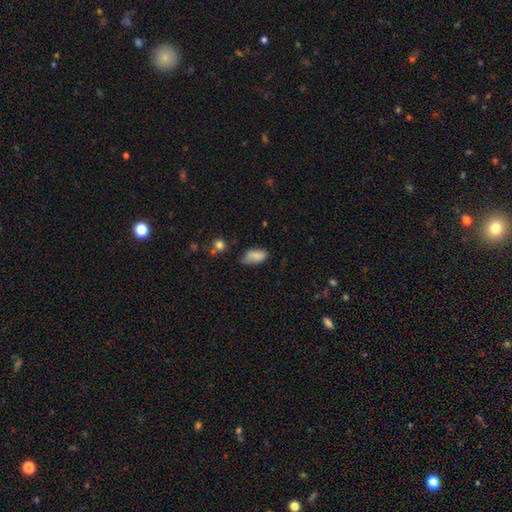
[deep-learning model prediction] Q: Smooth or featured?
A: smooth (84%); runner-up: star or artifact (8%)
Q: How rounded?
A: in between (92%); runner-up: cigar-shaped (4%)
Q: Merging?
A: none (57%); runner-up: minor disturbance (33%)